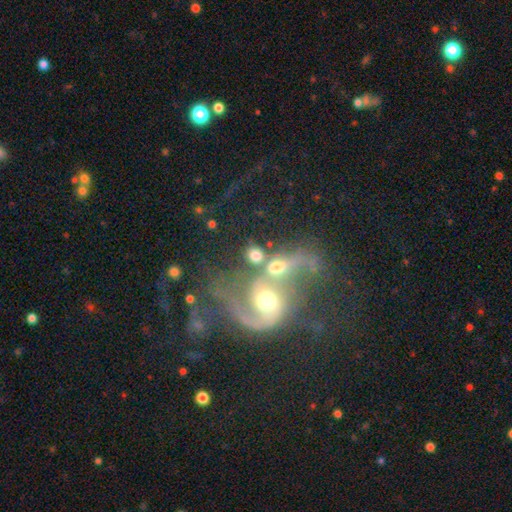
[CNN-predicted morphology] Smooth or featured?
  - smooth: 55% *
  - featured or disk: 32%
  - star or artifact: 13%
How rounded?
  - round: 66% *
  - in between: 32%
  - cigar-shaped: 2%
Merging?
  - merger: 54% *
  - none: 26%
  - major disturbance: 12%
  - minor disturbance: 9%